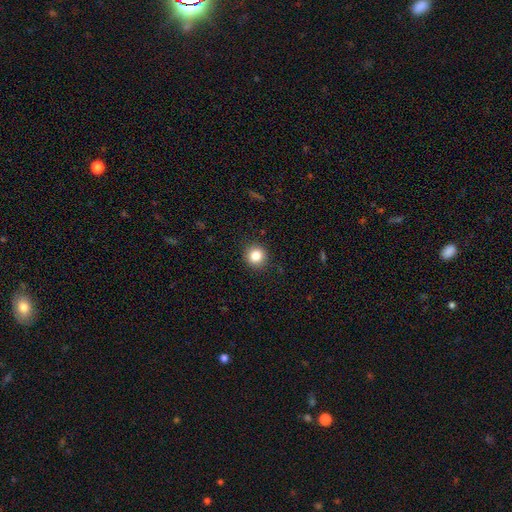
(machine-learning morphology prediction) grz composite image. It shows a smooth galaxy with no disk features (83%) that is round (91%). Merging: none (91%).